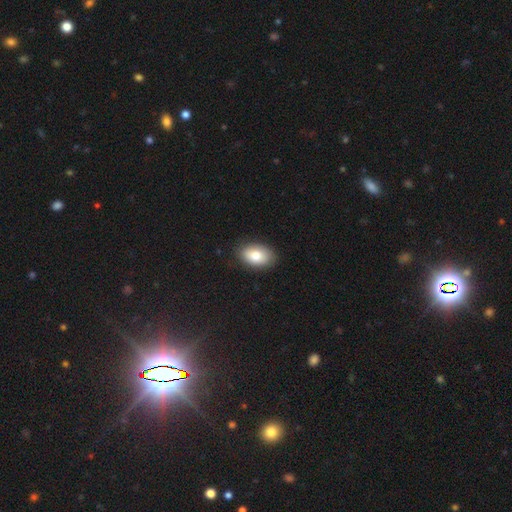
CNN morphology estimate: Q: Smooth or featured?
A: smooth (82%); runner-up: featured or disk (11%)
Q: How rounded?
A: in between (90%); runner-up: round (9%)
Q: Merging?
A: none (87%); runner-up: minor disturbance (10%)